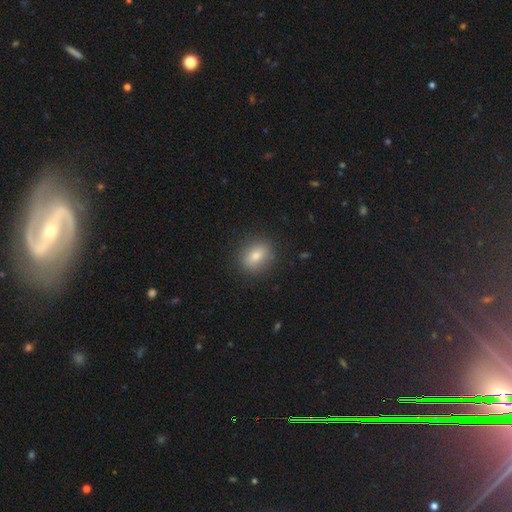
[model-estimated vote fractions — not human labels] Morphology: type=smooth (79%); roundness=in between (55%); merging=none (88%).